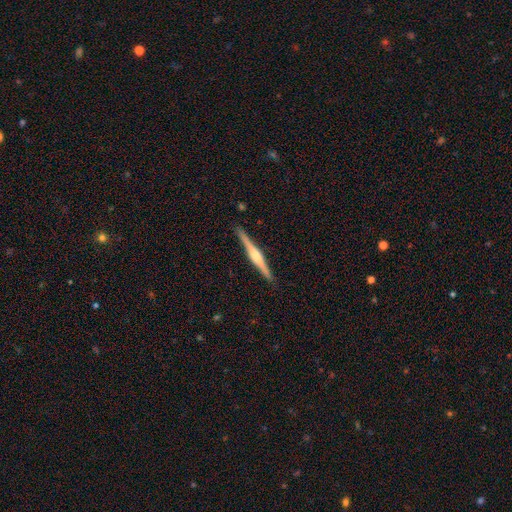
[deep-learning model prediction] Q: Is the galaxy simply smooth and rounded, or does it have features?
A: featured or disk — 75%.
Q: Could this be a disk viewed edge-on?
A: yes — 99%.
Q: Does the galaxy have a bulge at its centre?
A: rounded — 77%.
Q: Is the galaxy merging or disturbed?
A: none — 91%.